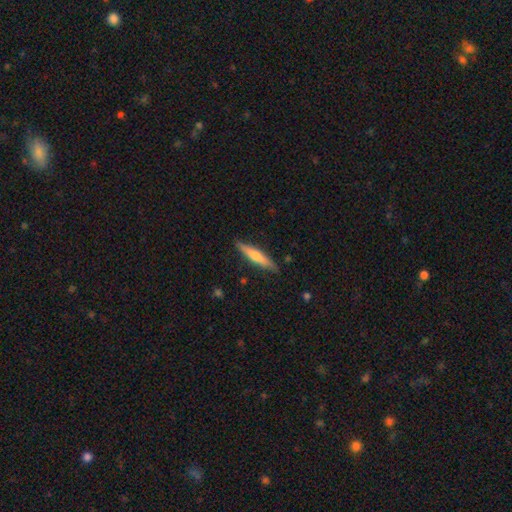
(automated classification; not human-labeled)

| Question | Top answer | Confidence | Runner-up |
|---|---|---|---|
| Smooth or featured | smooth | 53% | featured or disk (41%) |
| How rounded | cigar-shaped | 88% | in between (11%) |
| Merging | none | 87% | minor disturbance (10%) |